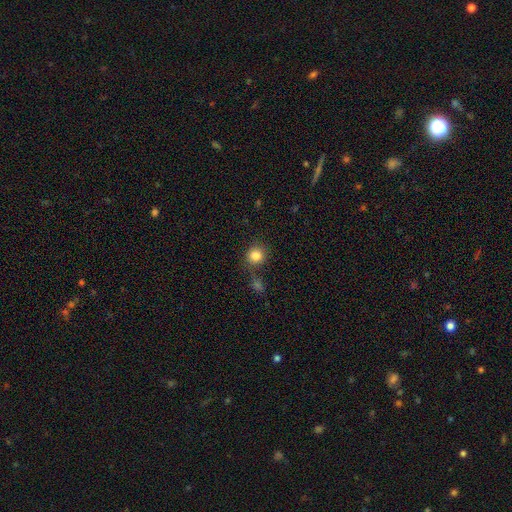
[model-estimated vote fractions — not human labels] This appears to be a smooth galaxy with no disk features (83%) that is round (89%). Merging: none (73%).